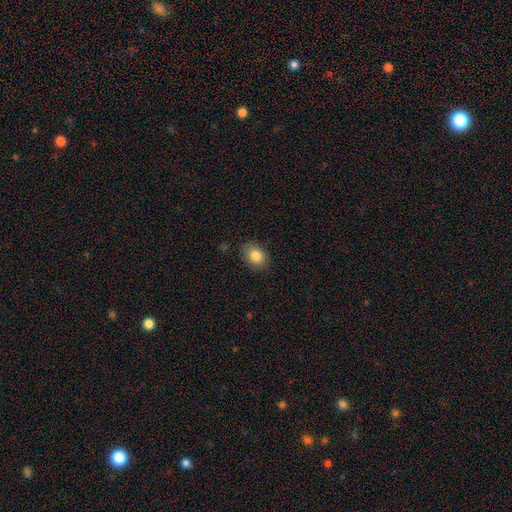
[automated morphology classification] This is clearly a smooth galaxy (83%). How rounded: likely in between (66%). Merging: clearly none (84%).